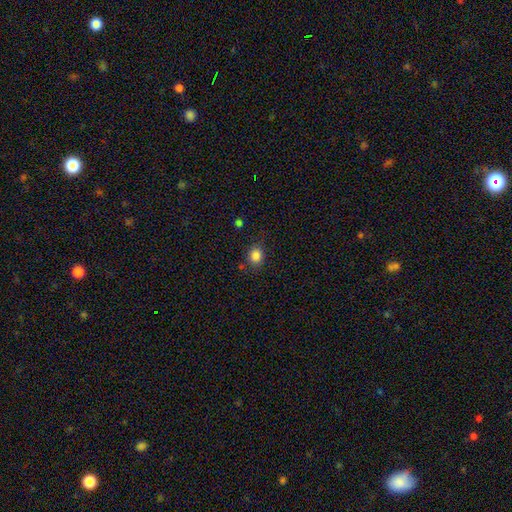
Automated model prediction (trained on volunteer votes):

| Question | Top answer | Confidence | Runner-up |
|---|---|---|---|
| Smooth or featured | smooth | 85% | star or artifact (11%) |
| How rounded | round | 66% | in between (33%) |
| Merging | none | 79% | minor disturbance (14%) |